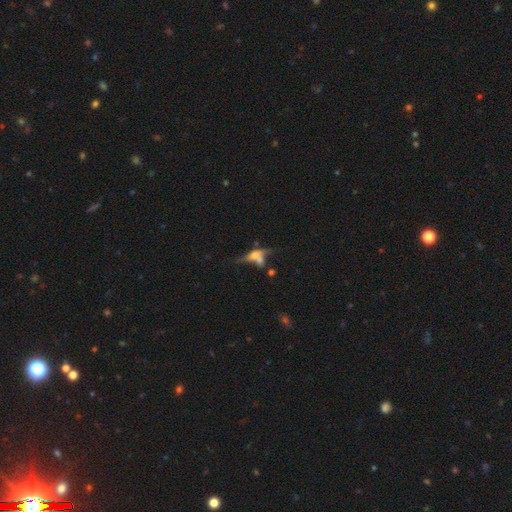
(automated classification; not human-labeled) smooth-or-featured: featured or disk: 53% | smooth: 33% | star or artifact: 14%
  disk-edge-on: yes: 60% | no: 40%
  merging: merger: 36% | none: 33% | major disturbance: 16% | minor disturbance: 14%